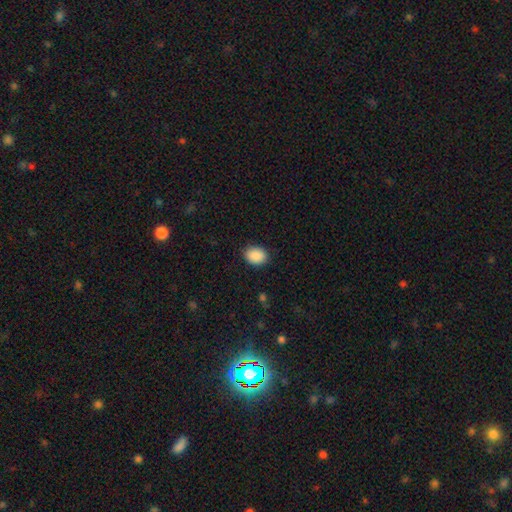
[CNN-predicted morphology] Q: Smooth or featured?
A: smooth (90%); runner-up: star or artifact (7%)
Q: How rounded?
A: in between (67%); runner-up: round (32%)
Q: Merging?
A: none (88%); runner-up: minor disturbance (8%)